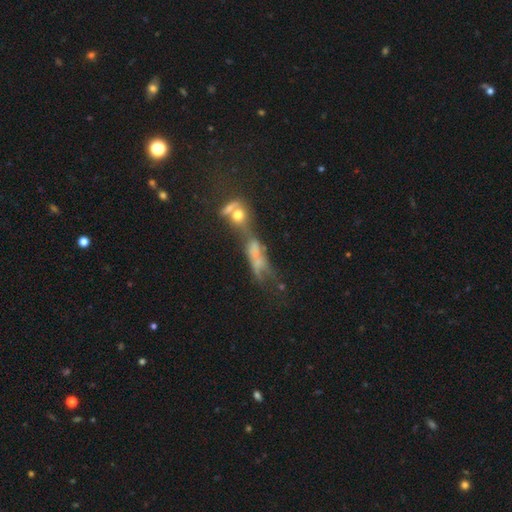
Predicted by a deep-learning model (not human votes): The model was most divided on "smooth or featured": featured or disk: 42%, smooth: 34%, star or artifact: 23%. Remaining: merging — merger (48%).